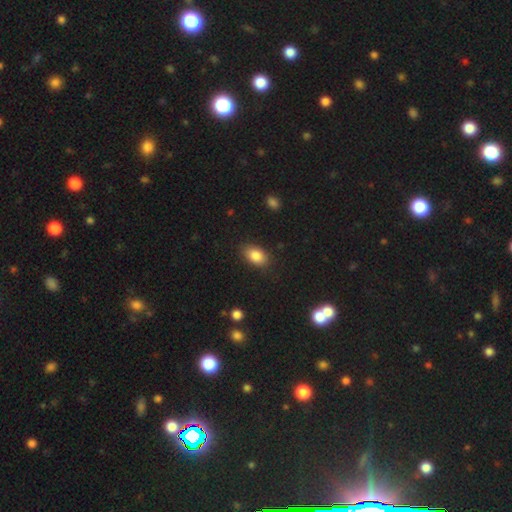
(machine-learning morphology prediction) Smooth or featured? Predicted: smooth (p=0.85). How rounded? Predicted: in between (p=0.88). Merging? Predicted: none (p=0.85).